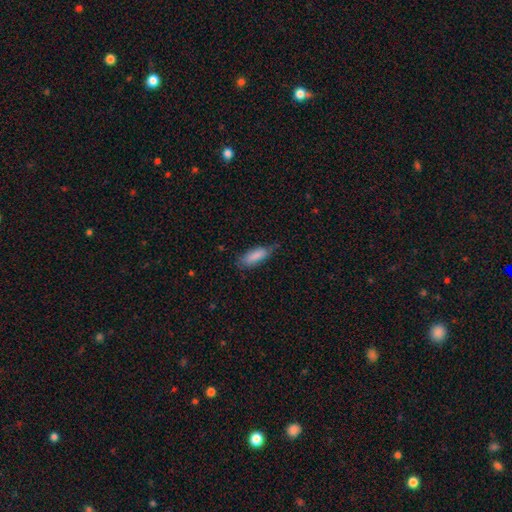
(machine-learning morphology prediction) Q: Smooth or featured?
A: smooth (85%); runner-up: featured or disk (9%)
Q: How rounded?
A: in between (62%); runner-up: cigar-shaped (36%)
Q: Merging?
A: none (65%); runner-up: minor disturbance (28%)